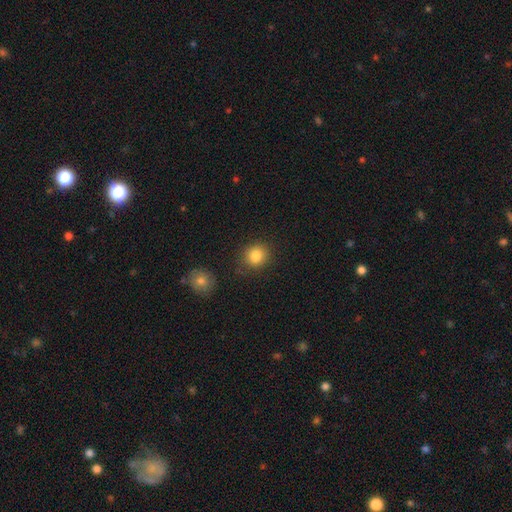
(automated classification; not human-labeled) A smooth galaxy with no disk features (84%) that is round (77%).

Vote fractions:
- Smooth or featured? smooth: 84% / star or artifact: 10% / featured or disk: 6%
- How rounded? round: 77% / in between: 22% / cigar-shaped: 1%
- Merging? none: 80% / minor disturbance: 12% / merger: 4% / major disturbance: 3%